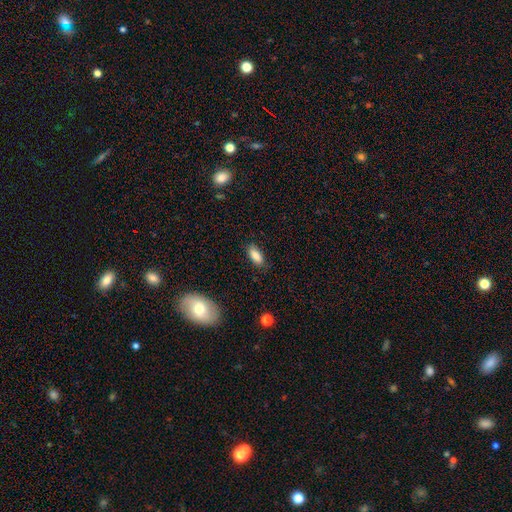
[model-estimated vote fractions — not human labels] This appears to be a smooth galaxy with no disk features (85%) that is in between round and cigar-shaped (83%). Merging: none (83%).